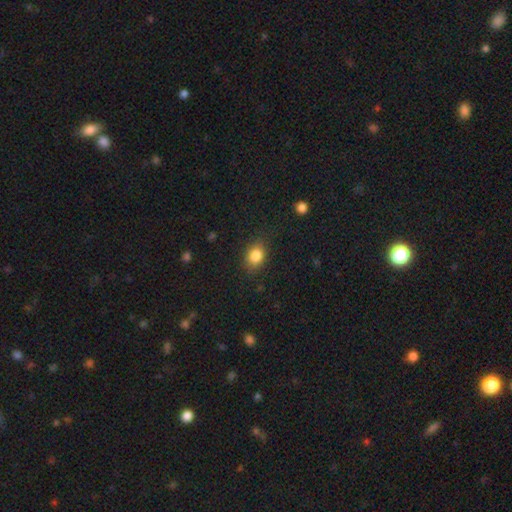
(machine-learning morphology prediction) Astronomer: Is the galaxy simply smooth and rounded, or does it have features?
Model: smooth — 84%.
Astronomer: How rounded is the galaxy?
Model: in between — 59% (runner-up: round, 40%).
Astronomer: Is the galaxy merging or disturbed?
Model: none — 82%.